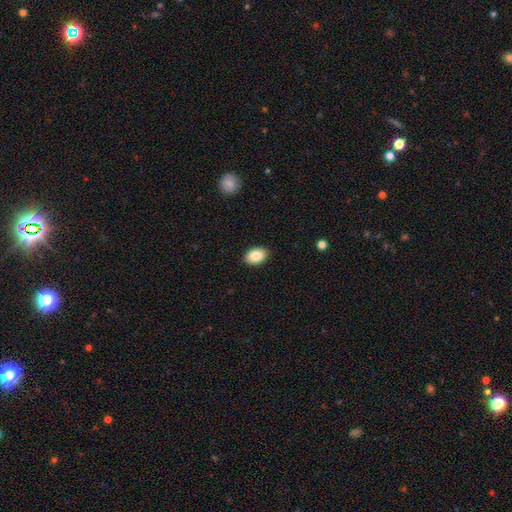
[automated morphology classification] The model was most divided on "how rounded": in between: 84%, round: 15%, cigar-shaped: 1%. More confident: merging — none (91%); smooth or featured — smooth (87%).